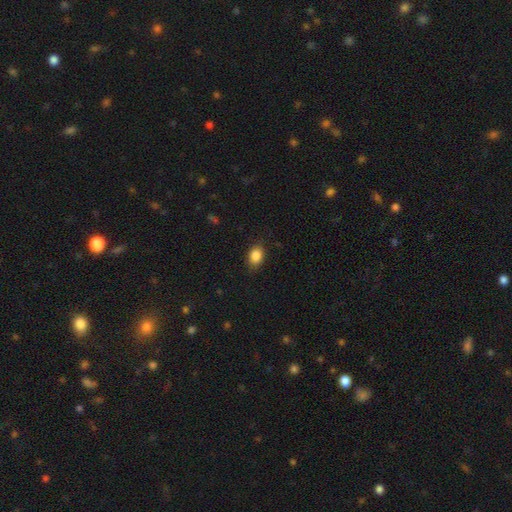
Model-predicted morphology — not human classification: Overall: smooth (86%). How rounded: in between (71%). Merging: none (81%).